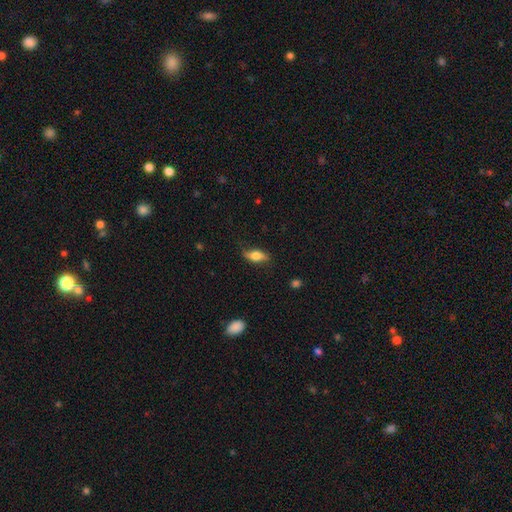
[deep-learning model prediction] Smooth or featured? Predicted: smooth (p=0.64). How rounded? Predicted: in between (p=0.77). Merging? Predicted: none (p=0.72).